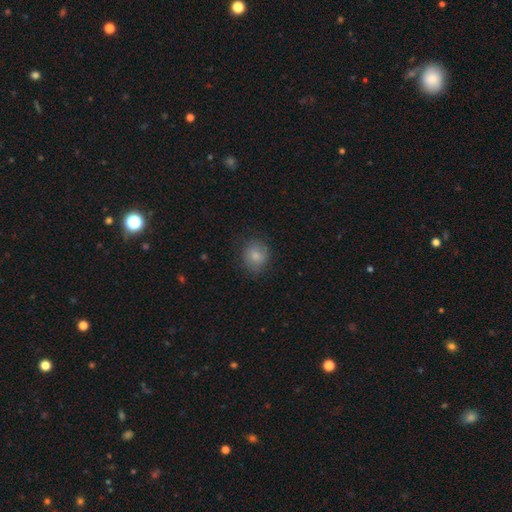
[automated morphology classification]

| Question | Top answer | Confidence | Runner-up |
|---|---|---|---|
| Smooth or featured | smooth | 81% | featured or disk (10%) |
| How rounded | round | 74% | in between (25%) |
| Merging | none | 78% | minor disturbance (16%) |